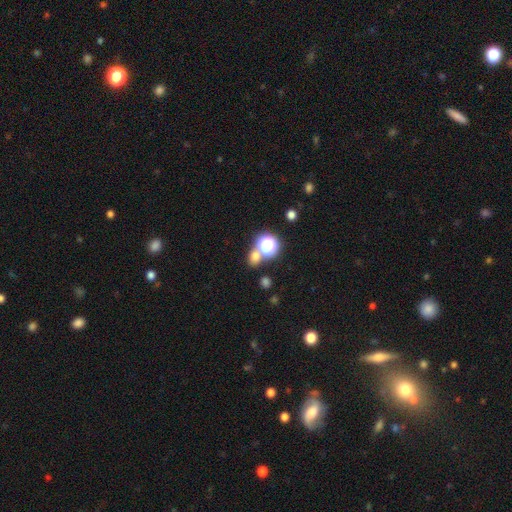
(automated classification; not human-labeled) A smooth galaxy with no disk features (62%) that is round (70%). Merging: none (63%).